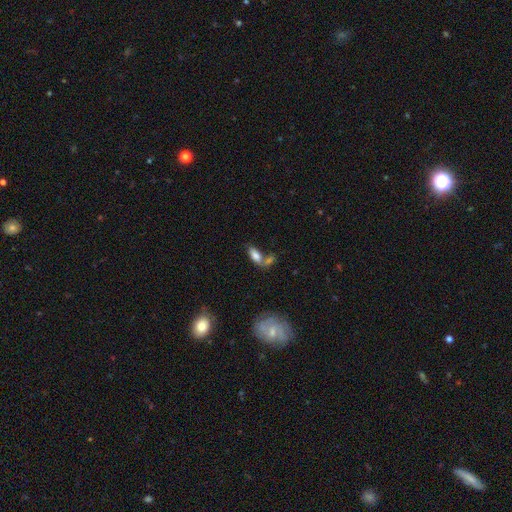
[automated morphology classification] Smooth or featured? smooth (77%)
How rounded? in between (85%)
Merging? merger (42%)